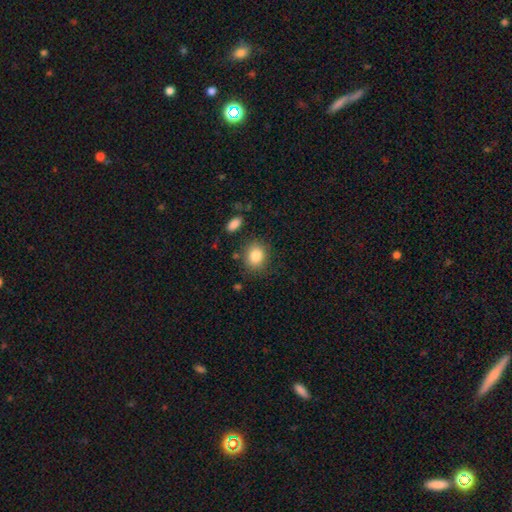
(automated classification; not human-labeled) Smooth or featured? smooth (85%)
How rounded? round (66%)
Merging? none (82%)